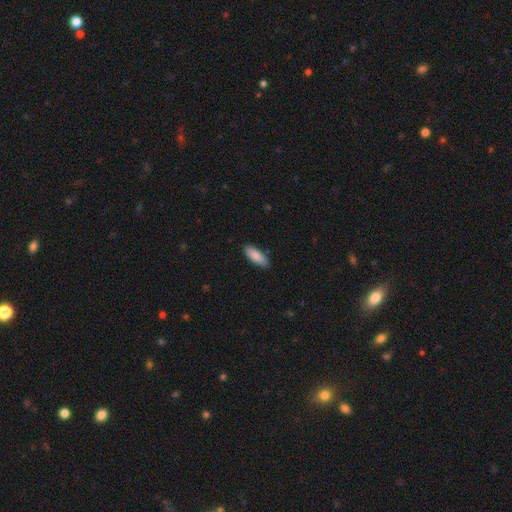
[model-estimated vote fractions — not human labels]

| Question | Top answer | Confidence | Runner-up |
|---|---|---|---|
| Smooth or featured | smooth | 87% | featured or disk (7%) |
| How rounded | in between | 69% | cigar-shaped (30%) |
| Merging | none | 85% | minor disturbance (11%) |